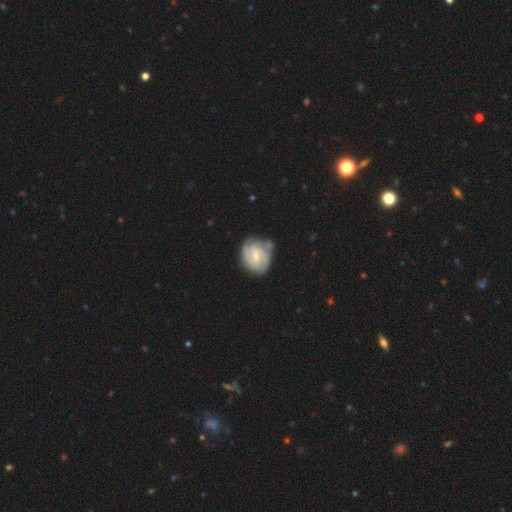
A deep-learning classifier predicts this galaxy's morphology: Smooth or featured? featured or disk (78%)
Edge-on disk? no (98%)
Bar? weak (55%)
Spiral arms? yes (94%)
Spiral winding? tight (57%)
Spiral arm count? 2 (43%)
Bulge size? small (60%)
Merging? none (62%)